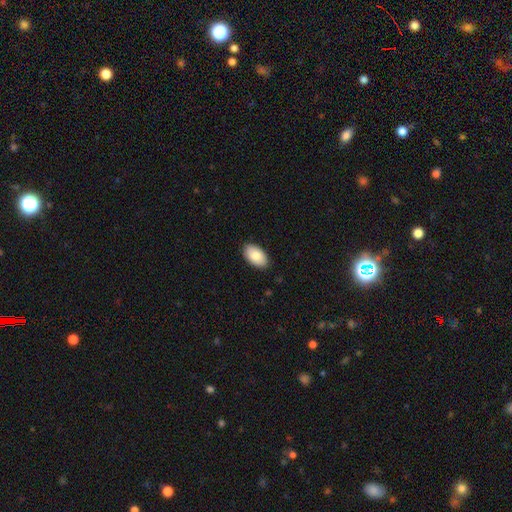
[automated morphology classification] A smooth galaxy with no disk features (84%) that is in between round and cigar-shaped (95%). Merging: none (88%).